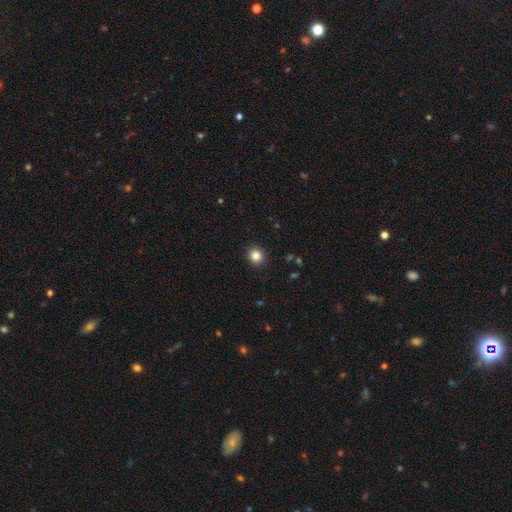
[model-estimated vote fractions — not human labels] This appears to be a smooth galaxy with no disk features (84%) that is round (85%). Merging: none (92%).